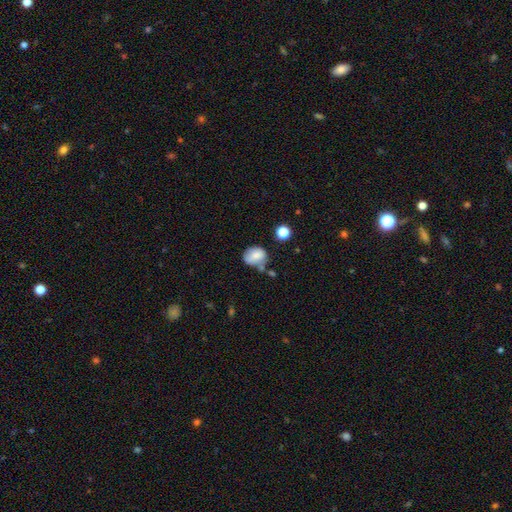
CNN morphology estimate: A smooth galaxy with no disk features (76%) that is in between round and cigar-shaped (52%). Merging: none (48%).